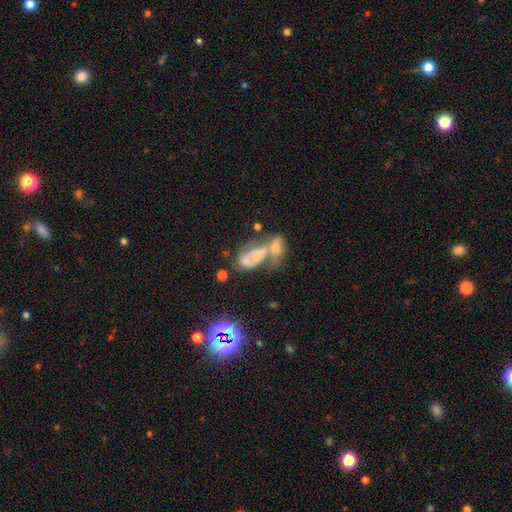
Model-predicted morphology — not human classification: A featured or disk galaxy (50%).

Vote fractions:
- Smooth or featured? featured or disk: 50% / smooth: 30% / star or artifact: 20%
- Edge-on disk? no: 94% / yes: 6%
- Merging? merger: 64% / none: 15% / major disturbance: 12% / minor disturbance: 9%